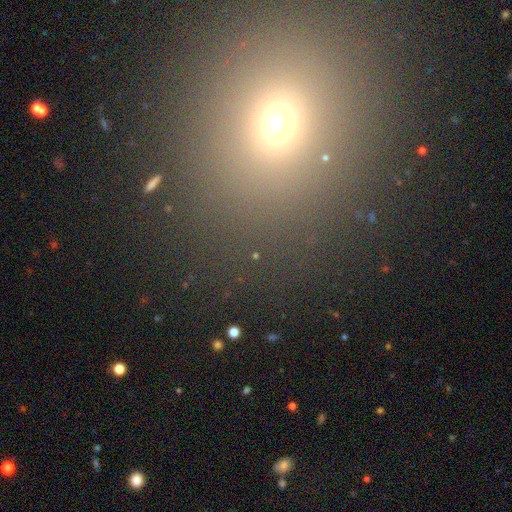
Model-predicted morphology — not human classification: Q: Smooth or featured?
A: star or artifact (61%); runner-up: smooth (28%)